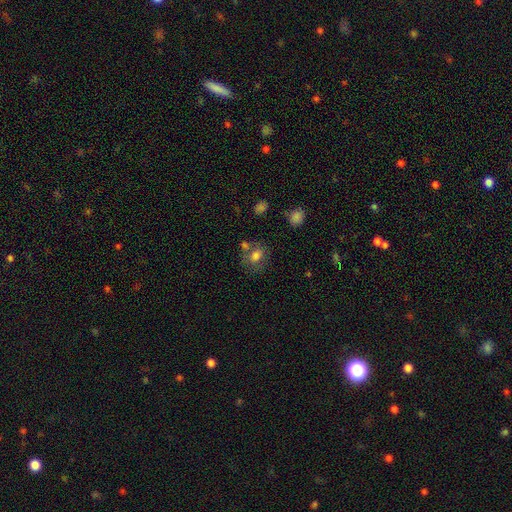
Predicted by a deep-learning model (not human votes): Smooth or featured? Predicted: smooth (p=0.72). How rounded? Predicted: round (p=0.51). Merging? Predicted: none (p=0.55).